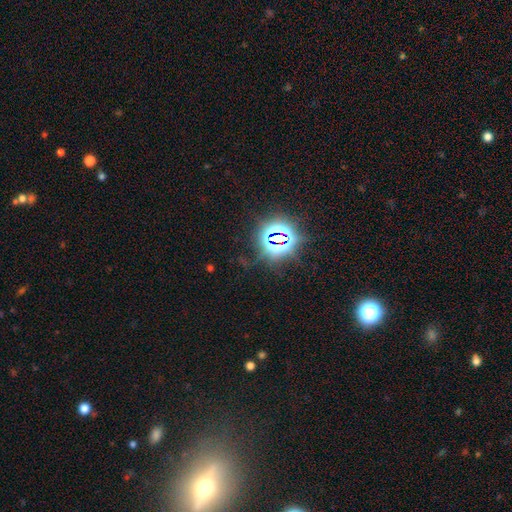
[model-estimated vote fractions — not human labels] The model was most divided on "smooth or featured": star or artifact: 79%, smooth: 13%, featured or disk: 8%.